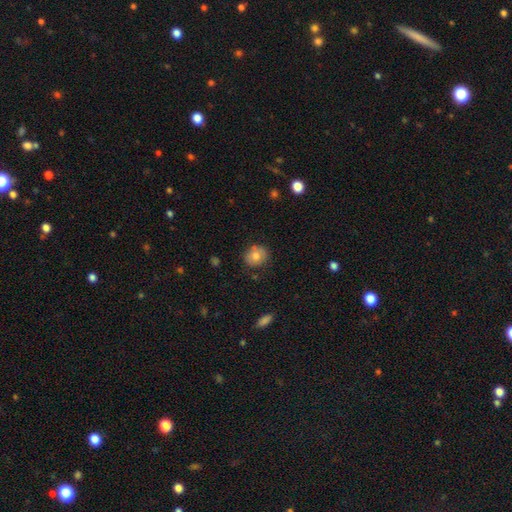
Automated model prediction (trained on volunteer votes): smooth 76%, featured or disk 14%, star or artifact 9%. Down the decision tree: how rounded — round (75%); merging — none (81%).